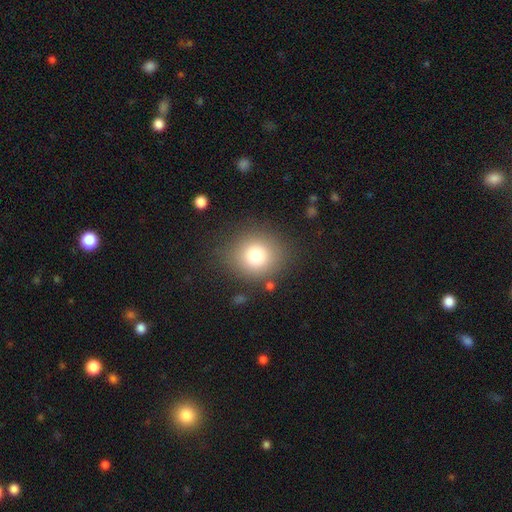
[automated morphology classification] Smooth or featured? smooth (79%)
How rounded? round (86%)
Merging? none (82%)